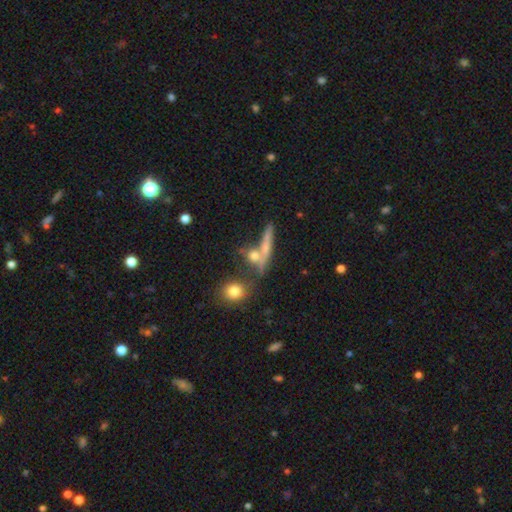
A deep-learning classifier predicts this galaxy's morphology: smooth-or-featured: smooth: 50% | featured or disk: 37% | star or artifact: 12%
  how-rounded: cigar-shaped: 61% | round: 20% | in between: 19%
  merging: none: 52% | merger: 29% | minor disturbance: 12% | major disturbance: 7%